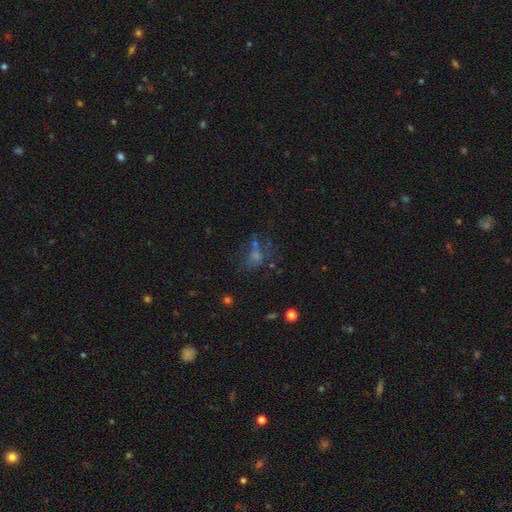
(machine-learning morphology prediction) Smooth or featured: smooth — 42% (star or artifact — 33%)
Merging: none — 48% (major disturbance — 21%)